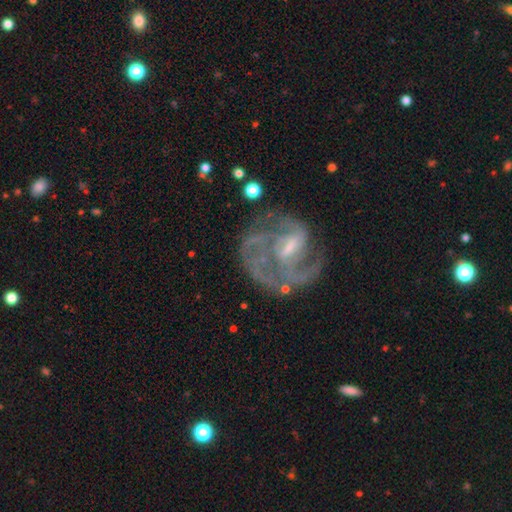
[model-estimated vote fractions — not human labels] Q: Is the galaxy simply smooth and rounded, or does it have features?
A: featured or disk — 80%.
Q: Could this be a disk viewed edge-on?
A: no — 97%.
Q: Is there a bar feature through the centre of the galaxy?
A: weak — 46%.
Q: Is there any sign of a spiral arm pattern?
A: yes — 91%.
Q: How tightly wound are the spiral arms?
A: medium — 43%.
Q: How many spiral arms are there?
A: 2 — 34%.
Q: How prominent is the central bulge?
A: small — 53%.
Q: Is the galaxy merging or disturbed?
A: none — 60%.